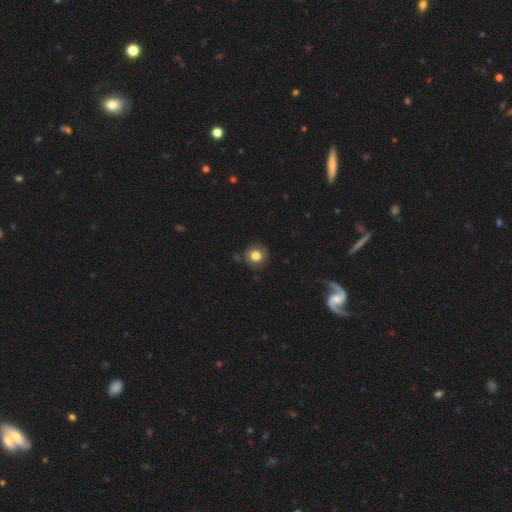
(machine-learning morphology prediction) Q: Smooth or featured?
A: smooth (75%); runner-up: featured or disk (15%)
Q: How rounded?
A: round (90%); runner-up: in between (9%)
Q: Merging?
A: none (80%); runner-up: minor disturbance (14%)